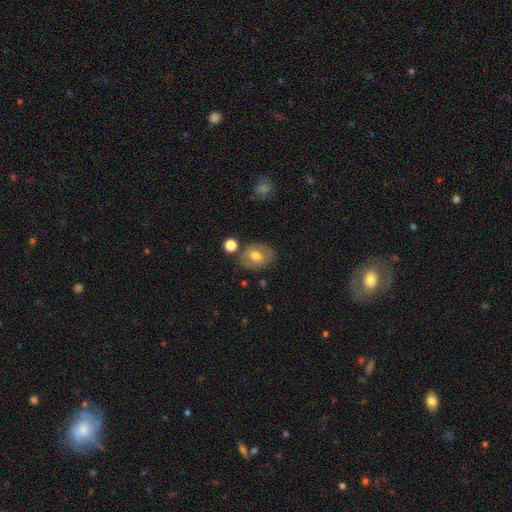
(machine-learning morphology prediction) smooth_or_featured: smooth (p=0.56) [alt: featured or disk p=0.36]
how_rounded: in between (p=0.53) [alt: round p=0.45]
merging: none (p=0.74) [alt: minor disturbance p=0.15]